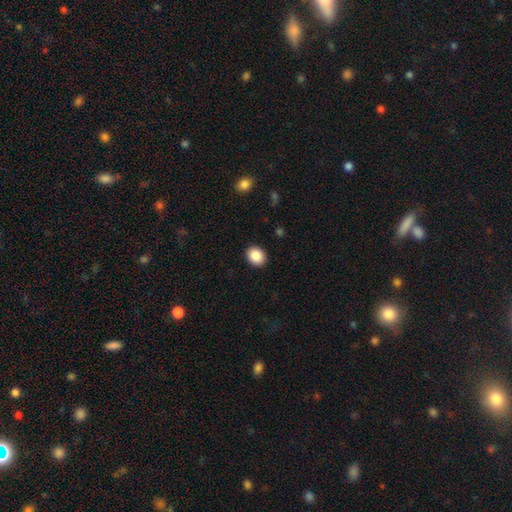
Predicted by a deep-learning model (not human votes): Smooth or featured: smooth — 89% (star or artifact — 8%)
How rounded: round — 52% (in between — 47%)
Merging: none — 91% (minor disturbance — 6%)